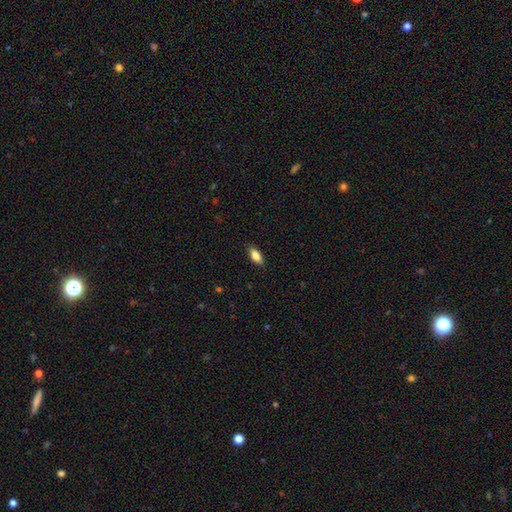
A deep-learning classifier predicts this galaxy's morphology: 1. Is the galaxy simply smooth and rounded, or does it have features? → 84% smooth, 9% featured or disk, 7% star or artifact.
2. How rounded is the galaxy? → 83% in between, 14% cigar-shaped, 3% round.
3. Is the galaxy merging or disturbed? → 87% none, 10% minor disturbance, 2% major disturbance, 1% merger.